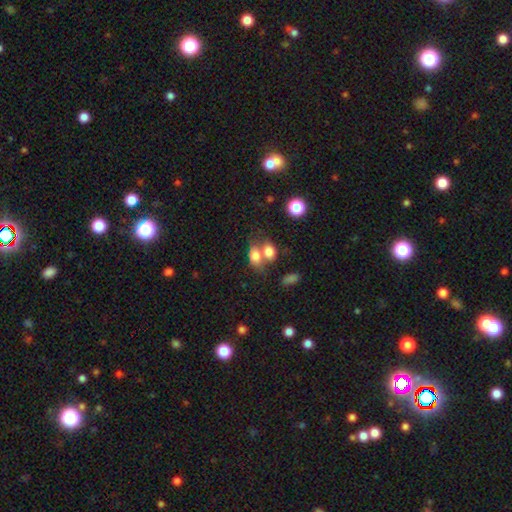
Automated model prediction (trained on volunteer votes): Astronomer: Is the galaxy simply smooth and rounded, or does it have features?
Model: smooth — 77%.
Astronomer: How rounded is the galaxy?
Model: in between — 77%.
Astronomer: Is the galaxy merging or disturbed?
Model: merger — 57%.